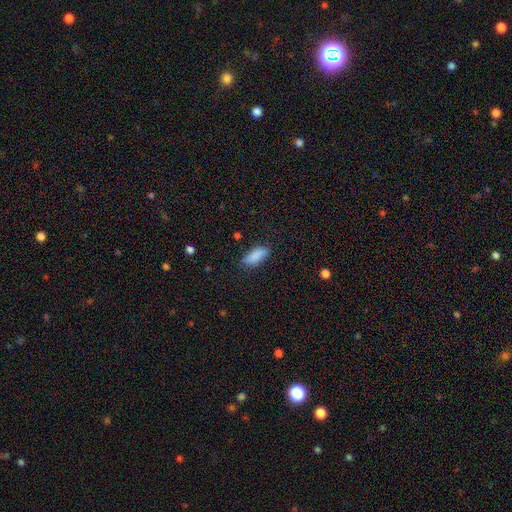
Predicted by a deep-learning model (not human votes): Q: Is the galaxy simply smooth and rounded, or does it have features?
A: smooth — 86%.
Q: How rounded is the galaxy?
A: in between — 71%.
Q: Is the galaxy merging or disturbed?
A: none — 82%.